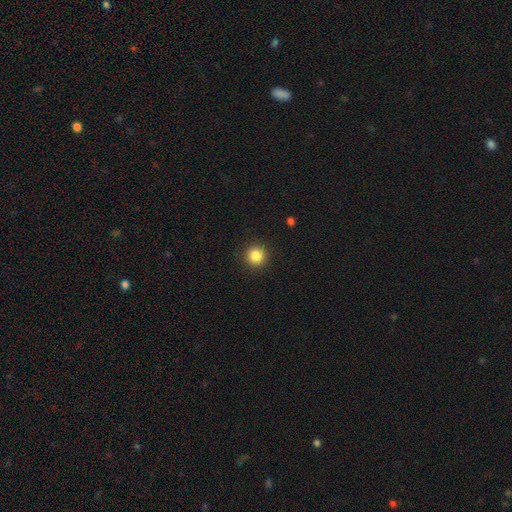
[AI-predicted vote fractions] Q: Smooth or featured?
A: smooth (85%); runner-up: star or artifact (11%)
Q: How rounded?
A: round (95%); runner-up: in between (4%)
Q: Merging?
A: none (92%); runner-up: minor disturbance (5%)